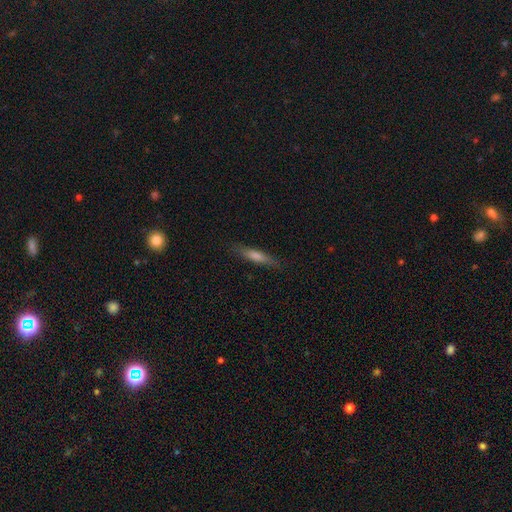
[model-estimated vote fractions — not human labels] Overall: featured or disk (45%, tied with smooth). Merging: none (86%).